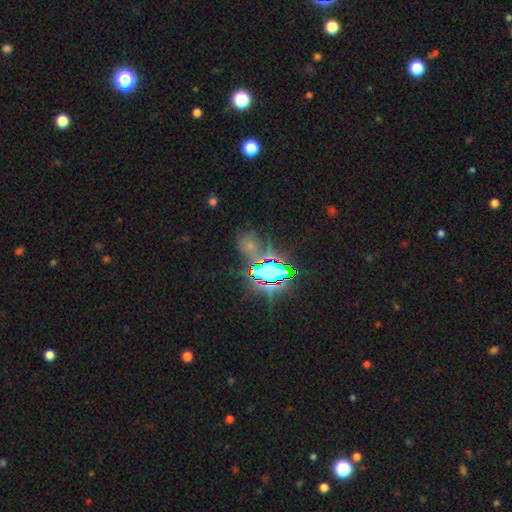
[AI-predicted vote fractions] Smooth or featured: star or artifact — 77% (smooth — 14%)